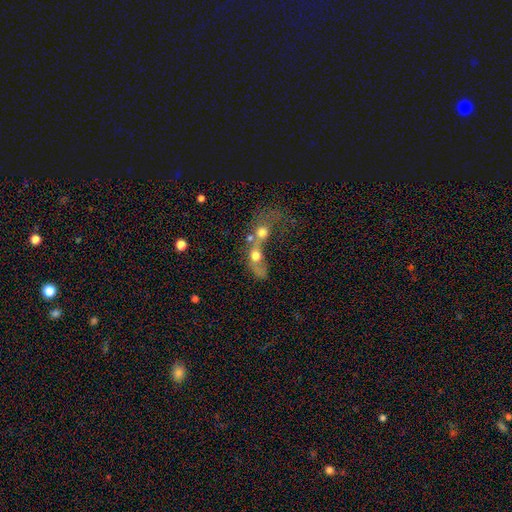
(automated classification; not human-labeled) Smooth or featured? Predicted: smooth (p=0.56). How rounded? Predicted: round (p=0.49). Merging? Predicted: merger (p=0.76).